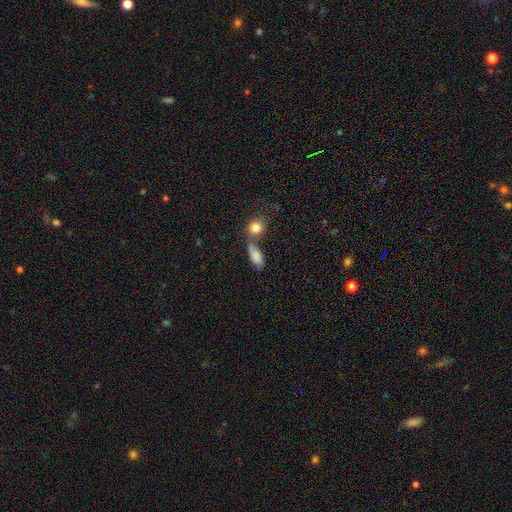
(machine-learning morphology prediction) This is clearly a smooth galaxy (81%). How rounded: clearly in between (81%). Merging: marginally none (40%).